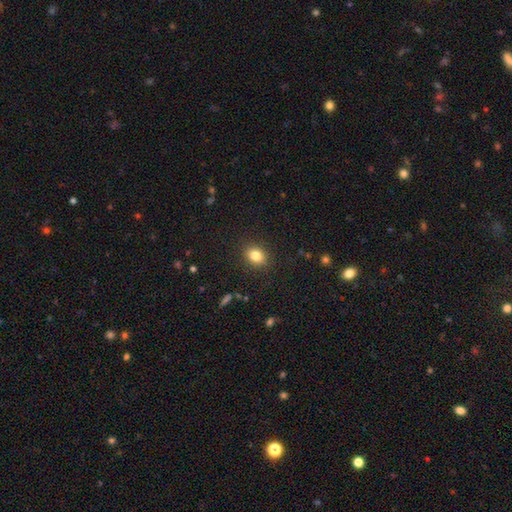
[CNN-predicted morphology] smooth-or-featured: smooth: 83% | star or artifact: 10% | featured or disk: 7%
  how-rounded: in between: 58% | round: 41% | cigar-shaped: 1%
  merging: none: 88% | minor disturbance: 8% | major disturbance: 3% | merger: 1%